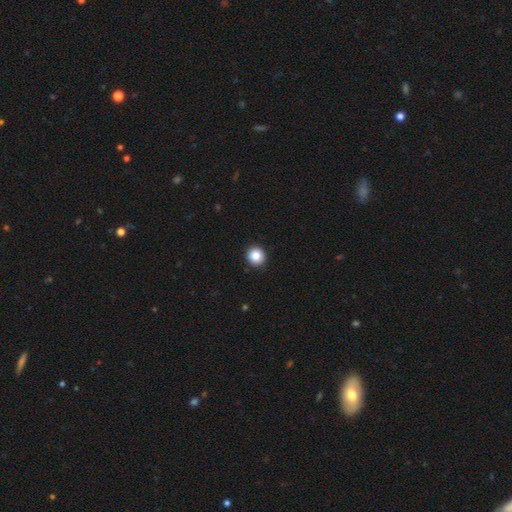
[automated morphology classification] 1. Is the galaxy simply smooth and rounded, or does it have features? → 87% smooth, 9% star or artifact, 4% featured or disk.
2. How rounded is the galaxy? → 92% round, 7% in between, 1% cigar-shaped.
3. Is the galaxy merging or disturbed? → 92% none, 5% minor disturbance, 2% major disturbance, 1% merger.